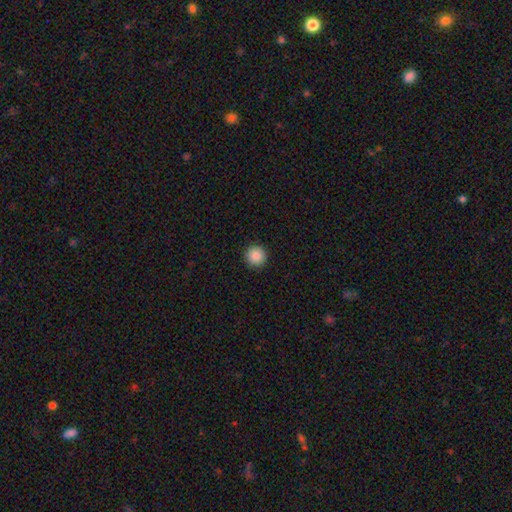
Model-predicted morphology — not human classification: The model was most divided on "smooth or featured": smooth: 87%, star or artifact: 9%, featured or disk: 3%. More confident: how rounded — round (96%); merging — none (93%).